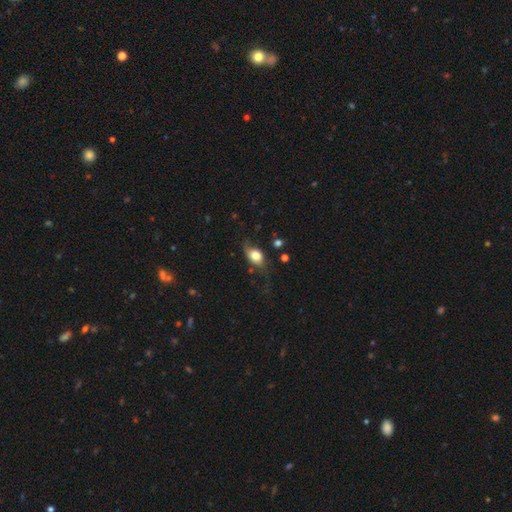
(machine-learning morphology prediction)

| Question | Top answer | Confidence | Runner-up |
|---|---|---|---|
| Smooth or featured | smooth | 68% | featured or disk (24%) |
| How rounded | in between | 76% | round (21%) |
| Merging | none | 46% | minor disturbance (31%) |